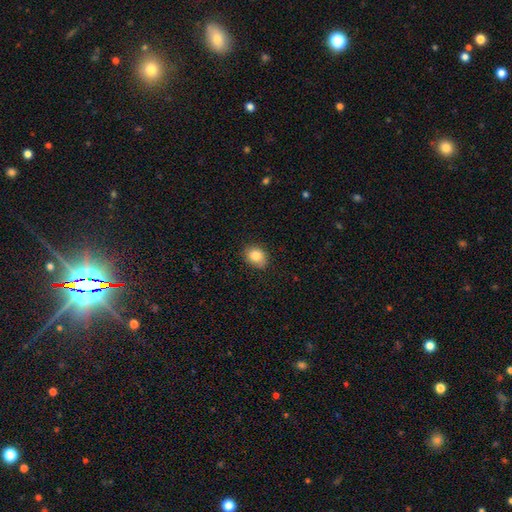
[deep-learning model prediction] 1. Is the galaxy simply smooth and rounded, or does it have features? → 85% smooth, 9% star or artifact, 6% featured or disk.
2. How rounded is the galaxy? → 55% in between, 44% round, 1% cigar-shaped.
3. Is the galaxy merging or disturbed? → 78% none, 17% minor disturbance, 3% major disturbance, 1% merger.